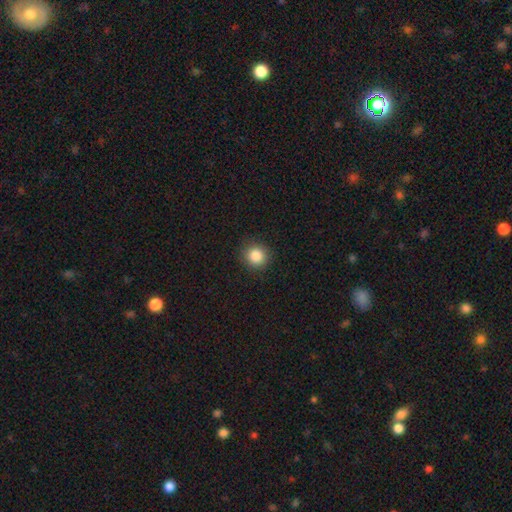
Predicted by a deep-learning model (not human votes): Smooth or featured? smooth (85%)
How rounded? round (90%)
Merging? none (90%)